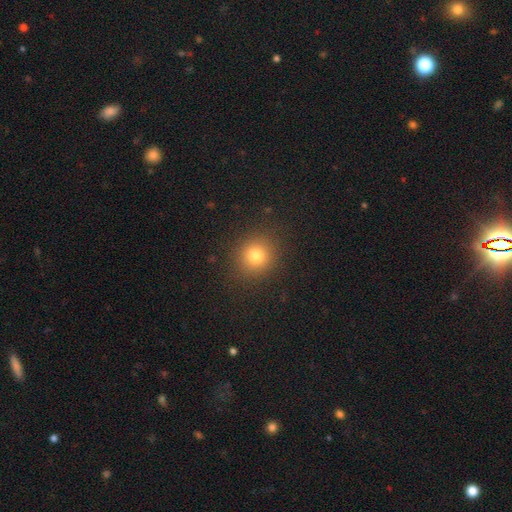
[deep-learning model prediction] smooth_or_featured: smooth (p=0.77) [alt: star or artifact p=0.15]
how_rounded: round (p=0.88) [alt: in between p=0.11]
merging: none (p=0.89) [alt: minor disturbance p=0.07]